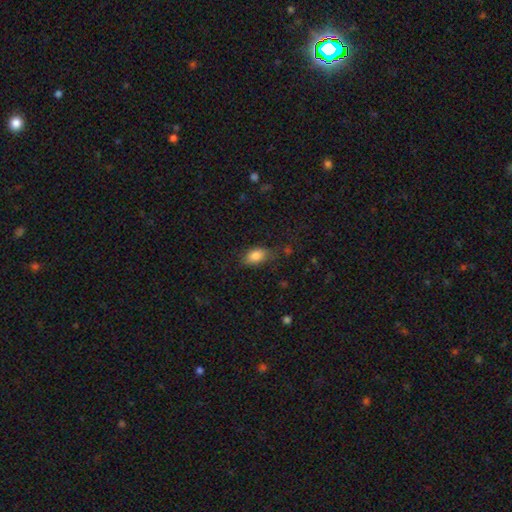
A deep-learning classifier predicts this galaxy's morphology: smooth-or-featured: smooth: 85% | star or artifact: 8% | featured or disk: 7%
  how-rounded: in between: 88% | round: 8% | cigar-shaped: 4%
  merging: none: 73% | minor disturbance: 20% | major disturbance: 6% | merger: 2%